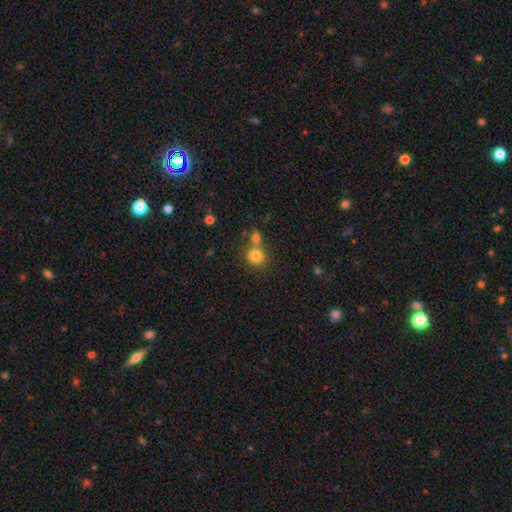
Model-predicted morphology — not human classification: This is likely a smooth galaxy (79%). How rounded: likely round (74%). Merging: possibly none (45%).